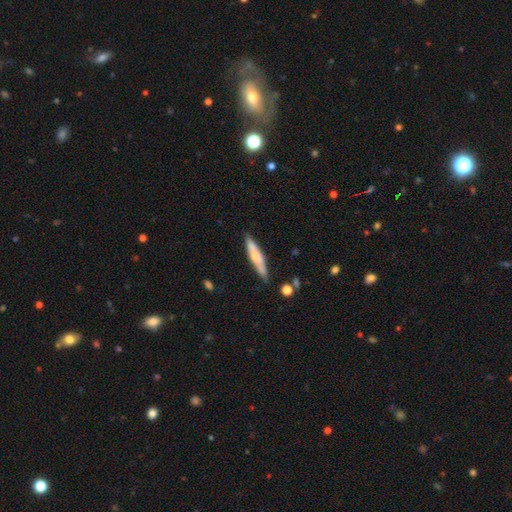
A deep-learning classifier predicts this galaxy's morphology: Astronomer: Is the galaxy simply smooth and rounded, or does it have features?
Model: smooth — 54% (runner-up: featured or disk, 40%).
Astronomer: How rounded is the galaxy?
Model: cigar-shaped — 84%.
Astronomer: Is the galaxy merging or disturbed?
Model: none — 79%.